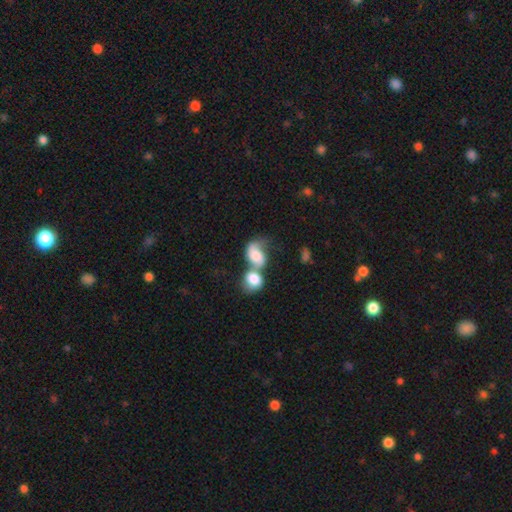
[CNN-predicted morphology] Q: Smooth or featured?
A: smooth (56%); runner-up: featured or disk (35%)
Q: How rounded?
A: in between (66%); runner-up: round (32%)
Q: Merging?
A: merger (74%); runner-up: none (10%)